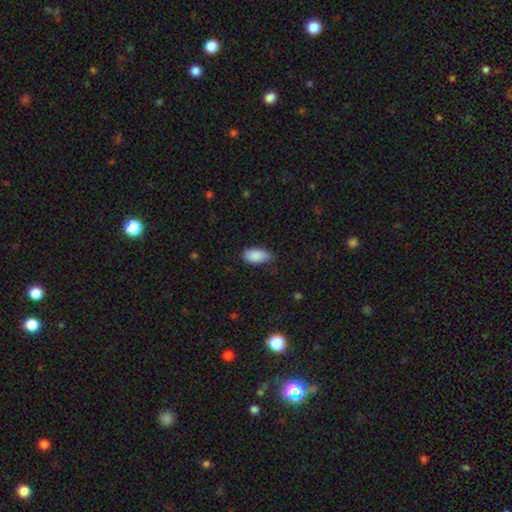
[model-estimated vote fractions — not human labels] This appears to be a smooth galaxy with no disk features (88%) that is in between round and cigar-shaped (93%). Merging: none (63%).